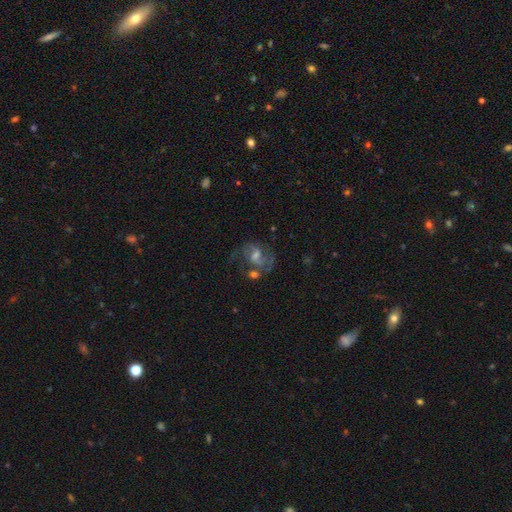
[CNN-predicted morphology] This appears to be a featured or disk galaxy (73%) with a weak bar (51%), 2 (80%) medium (53%) spiral arms (88%) and a moderate central bulge (51%). Merging: none (51%).